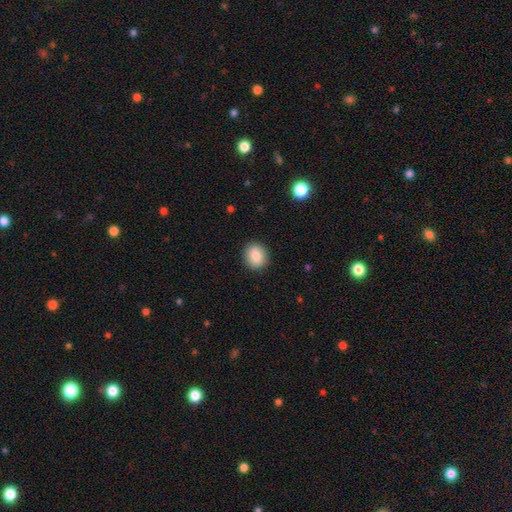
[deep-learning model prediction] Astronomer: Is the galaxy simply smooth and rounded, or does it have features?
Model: smooth — 84%.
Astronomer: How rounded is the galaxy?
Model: round — 78%.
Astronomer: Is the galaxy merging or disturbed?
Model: none — 90%.